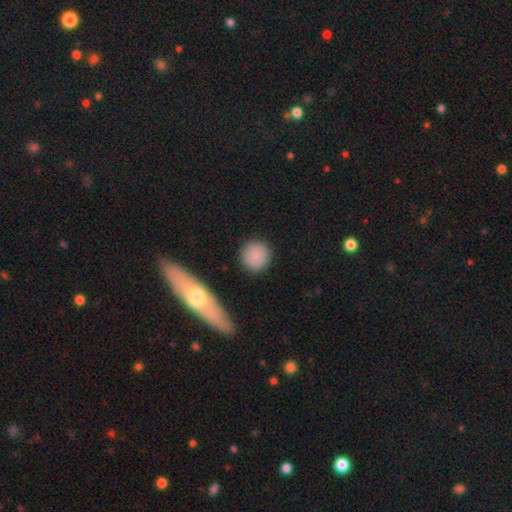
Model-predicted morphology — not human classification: smooth-or-featured: smooth: 87% | star or artifact: 7% | featured or disk: 6%
  how-rounded: round: 93% | in between: 6% | cigar-shaped: 1%
  merging: none: 88% | minor disturbance: 7% | major disturbance: 2% | merger: 2%